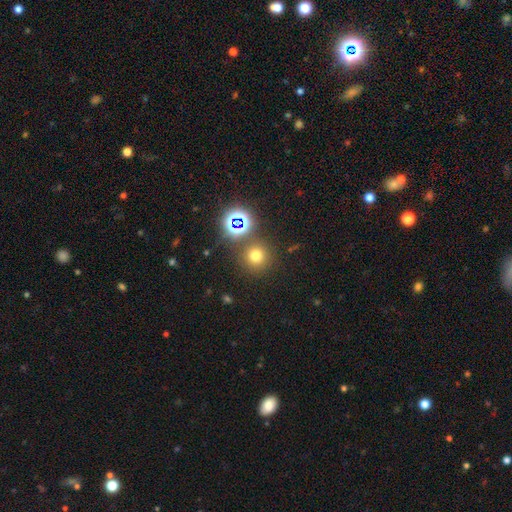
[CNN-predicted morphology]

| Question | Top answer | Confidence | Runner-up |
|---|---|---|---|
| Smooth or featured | smooth | 66% | star or artifact (27%) |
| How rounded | round | 94% | in between (5%) |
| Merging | none | 82% | merger (8%) |